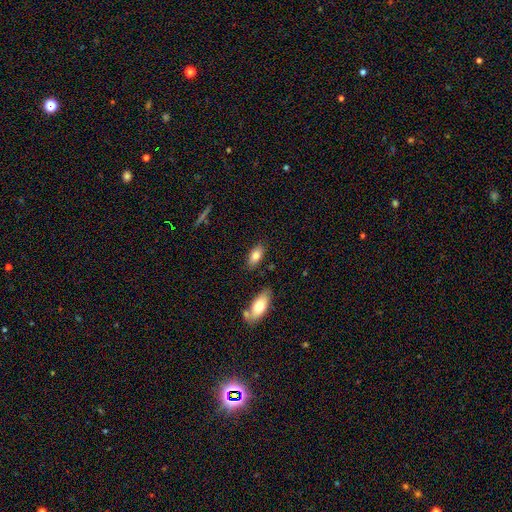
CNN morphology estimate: A smooth galaxy with no disk features (81%) that is in between round and cigar-shaped (89%).

Vote fractions:
- Smooth or featured? smooth: 81% / featured or disk: 12% / star or artifact: 7%
- How rounded? in between: 89% / cigar-shaped: 8% / round: 3%
- Merging? none: 80% / minor disturbance: 12% / merger: 5% / major disturbance: 3%